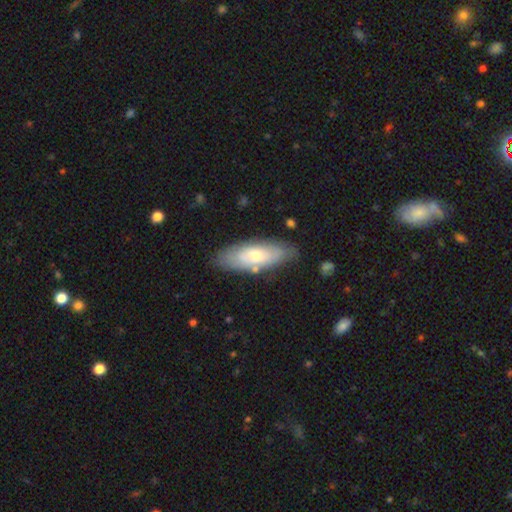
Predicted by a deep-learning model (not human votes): Smooth or featured?
  - smooth: 48% *
  - featured or disk: 46%
  - star or artifact: 6%
Merging?
  - none: 77% *
  - minor disturbance: 16%
  - major disturbance: 4%
  - merger: 3%